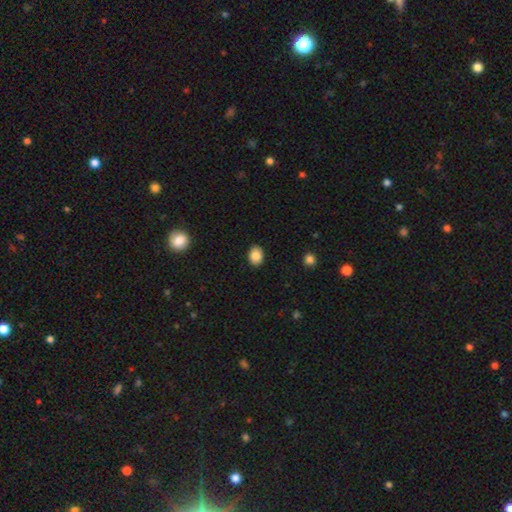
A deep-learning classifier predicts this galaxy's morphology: Smooth or featured? Predicted: smooth (p=0.86). How rounded? Predicted: in between (p=0.59). Merging? Predicted: none (p=0.89).